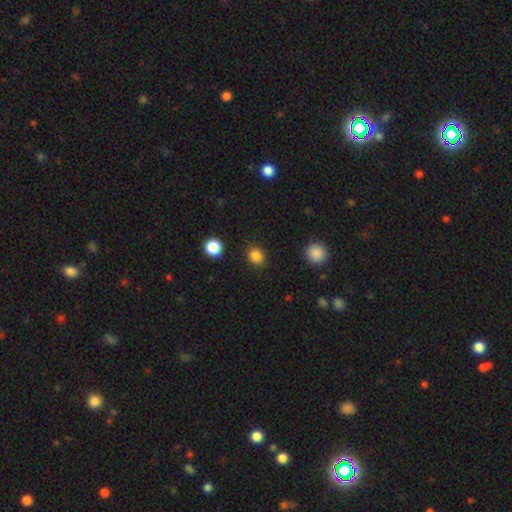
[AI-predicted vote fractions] smooth_or_featured: smooth (p=0.84) [alt: star or artifact p=0.12]
how_rounded: round (p=0.78) [alt: in between p=0.21]
merging: none (p=0.88) [alt: minor disturbance p=0.08]